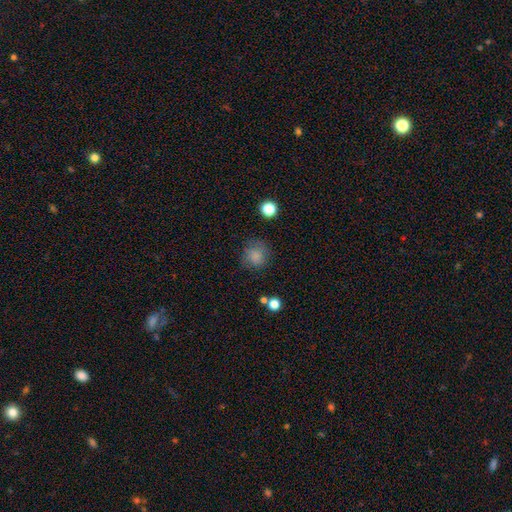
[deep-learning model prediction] Smooth or featured?
  - smooth: 82% *
  - star or artifact: 11%
  - featured or disk: 7%
How rounded?
  - round: 87% *
  - in between: 12%
  - cigar-shaped: 1%
Merging?
  - none: 73% *
  - minor disturbance: 18%
  - major disturbance: 7%
  - merger: 2%